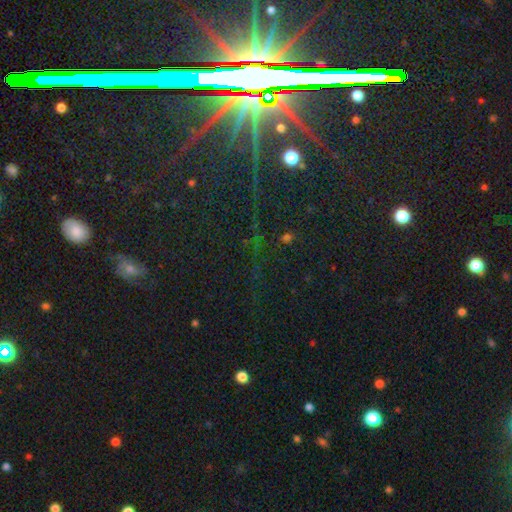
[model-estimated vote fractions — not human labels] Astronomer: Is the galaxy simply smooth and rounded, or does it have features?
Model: star or artifact — 83%.